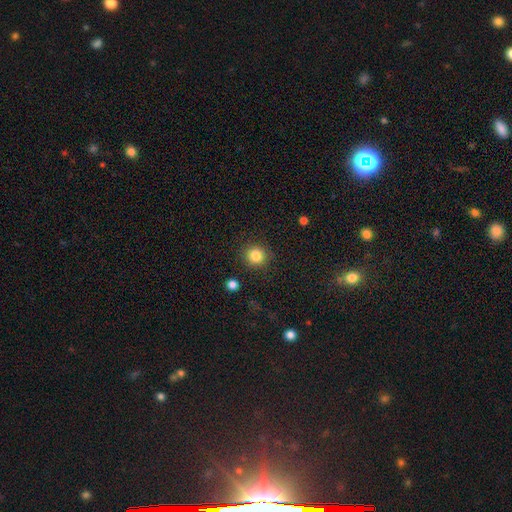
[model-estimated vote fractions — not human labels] The model was most divided on "smooth or featured": smooth: 84%, star or artifact: 11%, featured or disk: 5%. More confident: how rounded — round (88%); merging — none (88%).